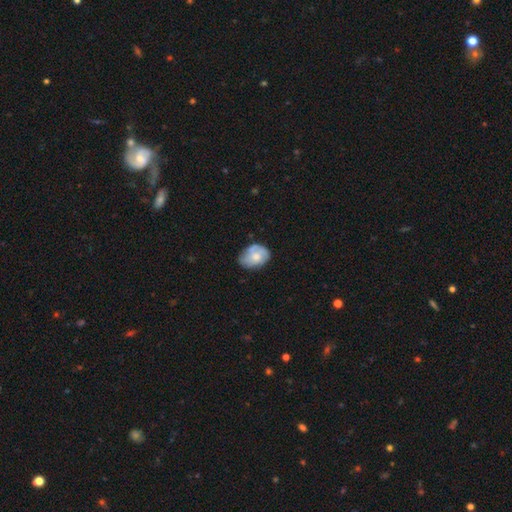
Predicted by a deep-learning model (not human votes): A smooth galaxy with no disk features (59%) that is in between round and cigar-shaped (66%). Merging: none (53%).